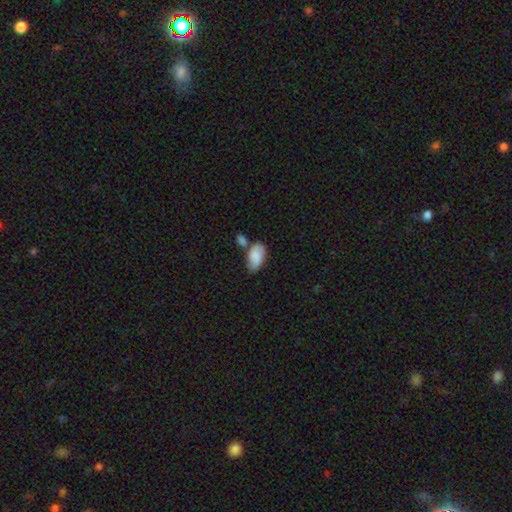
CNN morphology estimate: smooth 76%, featured or disk 17%, star or artifact 7%. Down the decision tree: how rounded — in between (93%); merging — none (44%).